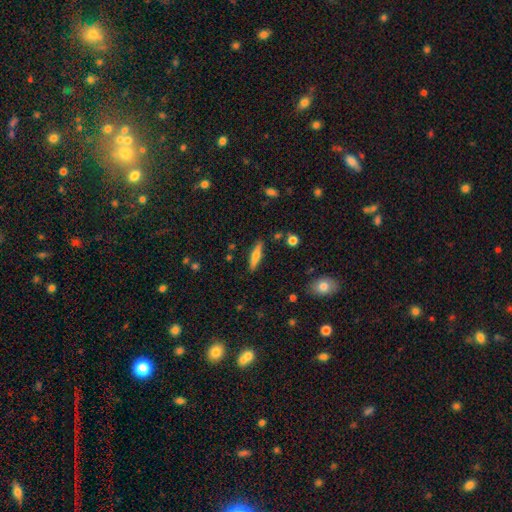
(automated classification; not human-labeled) smooth_or_featured: smooth (p=0.56) [alt: featured or disk p=0.37]
how_rounded: cigar-shaped (p=0.78) [alt: in between p=0.20]
merging: none (p=0.87) [alt: minor disturbance p=0.09]